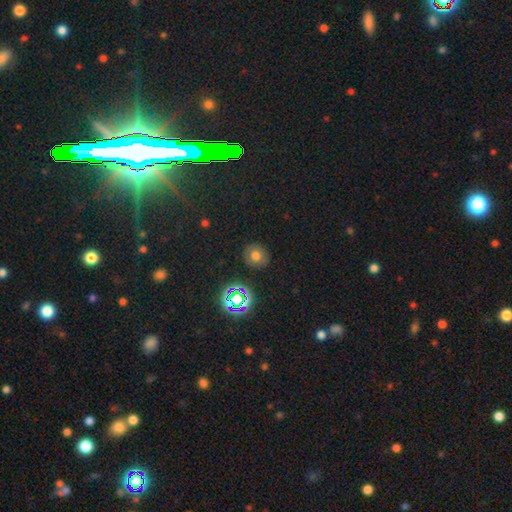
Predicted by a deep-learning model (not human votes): The model was most divided on "smooth or featured": smooth: 67%, star or artifact: 21%, featured or disk: 13%. More confident: merging — none (86%); how rounded — round (81%).